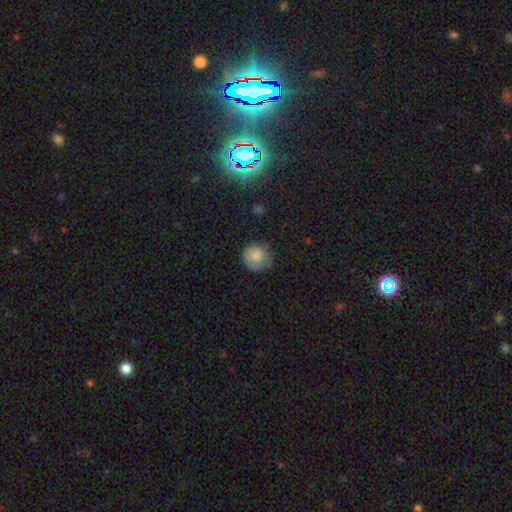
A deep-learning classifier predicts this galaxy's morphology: A smooth galaxy with no disk features (78%) that is round (87%). Merging: none (67%).